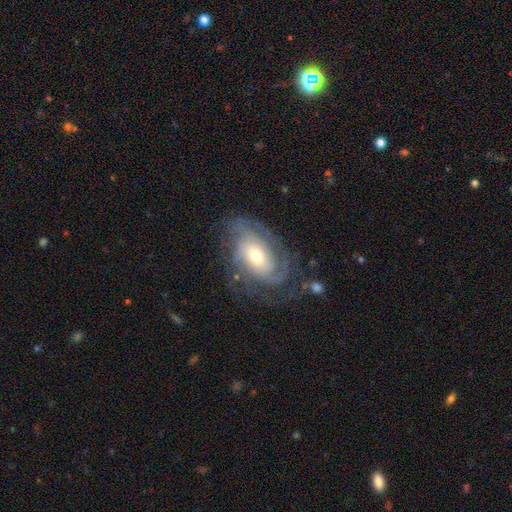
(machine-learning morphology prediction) This is clearly a featured or disk galaxy (83%). It is clearly not viewed edge-on (96%). Bar: likely no (62%). Spiral arm pattern: clearly yes (94%). Spiral arm count: marginally can't tell (32%). Spiral winding: possibly tight (58%). Central bulge: likely moderate (60%). Merging: likely none (67%).